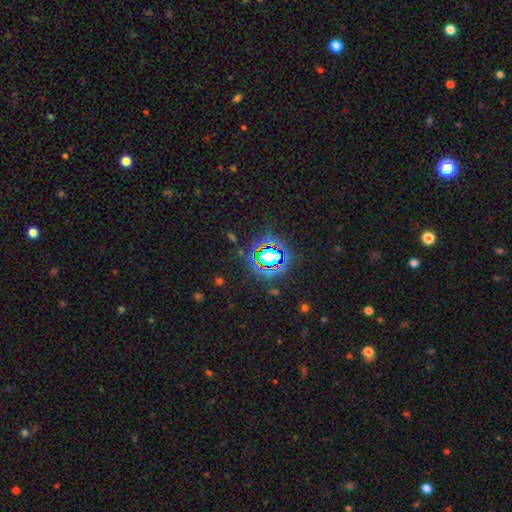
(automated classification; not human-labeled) Overall: star or artifact (73%).